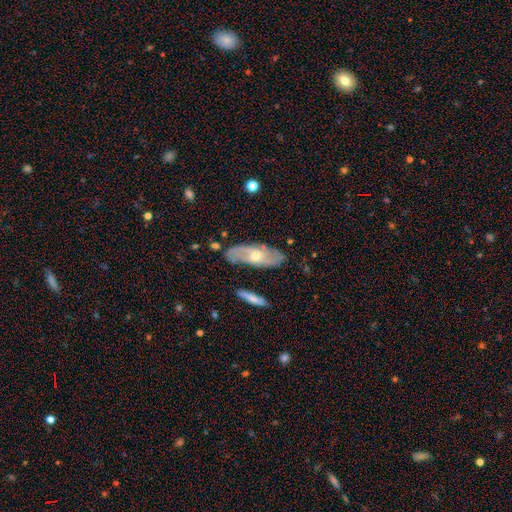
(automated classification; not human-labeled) This is likely a featured or disk galaxy (71%). It is clearly not viewed edge-on (82%). Bar: possibly no (59%). Spiral arm pattern: clearly yes (80%). Central bulge: likely moderate (61%). Merging: likely none (77%).